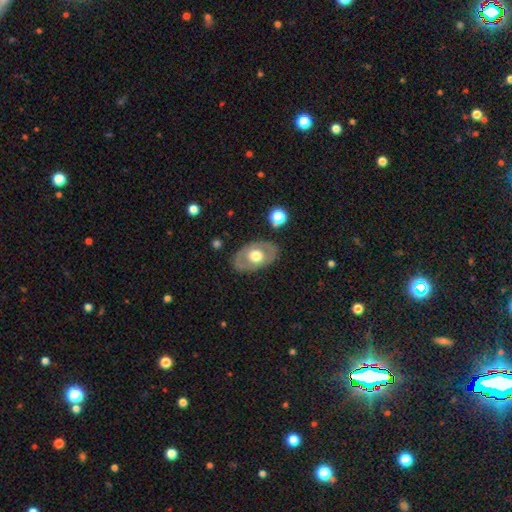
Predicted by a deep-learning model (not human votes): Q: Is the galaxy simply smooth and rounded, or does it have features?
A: featured or disk — 48%.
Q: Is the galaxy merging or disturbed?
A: none — 82%.